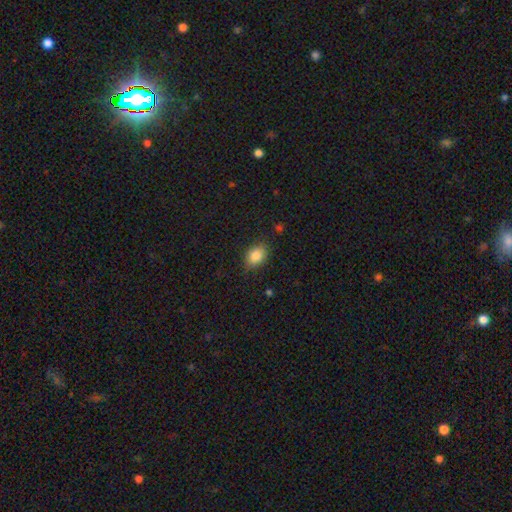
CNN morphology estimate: A smooth galaxy with no disk features (84%) that is in between round and cigar-shaped (75%). Merging: none (76%).